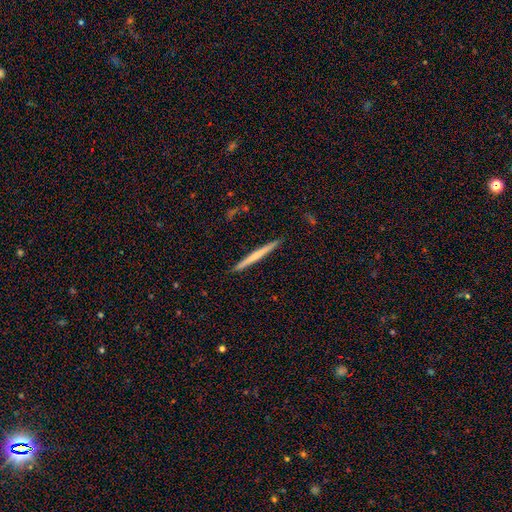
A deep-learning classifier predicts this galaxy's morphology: Q: Smooth or featured?
A: smooth (50%); runner-up: featured or disk (45%)
Q: Merging?
A: none (91%); runner-up: minor disturbance (6%)